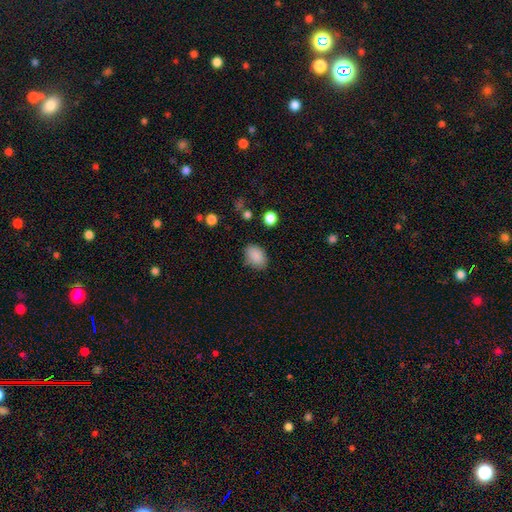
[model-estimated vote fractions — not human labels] A smooth galaxy with no disk features (87%) that is in between round and cigar-shaped (82%). Merging: none (79%).